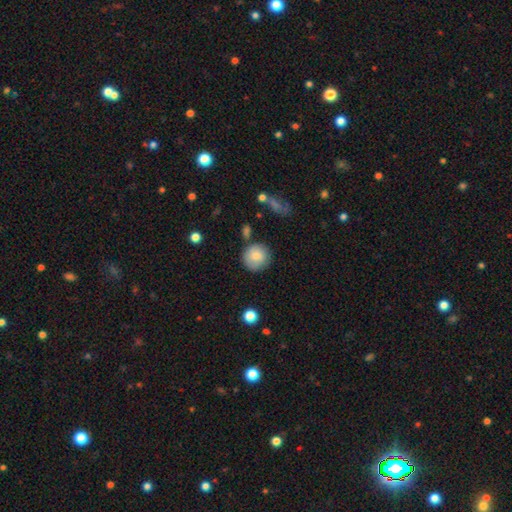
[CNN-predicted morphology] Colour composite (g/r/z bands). It shows a smooth galaxy with no disk features (80%) that is round (91%). Merging: none (75%).